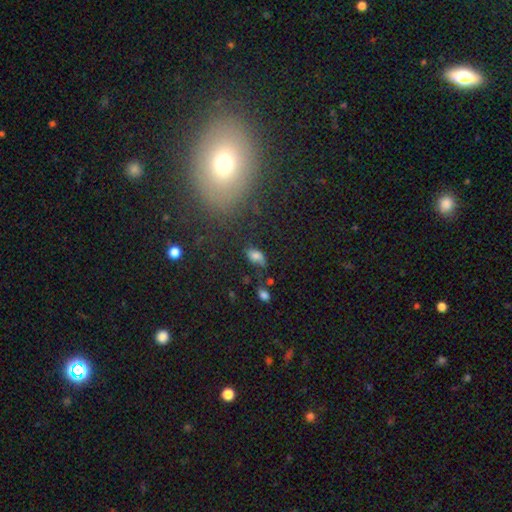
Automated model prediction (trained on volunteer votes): Q: Smooth or featured?
A: smooth (70%); runner-up: featured or disk (16%)
Q: How rounded?
A: in between (88%); runner-up: round (8%)
Q: Merging?
A: none (42%); runner-up: minor disturbance (31%)